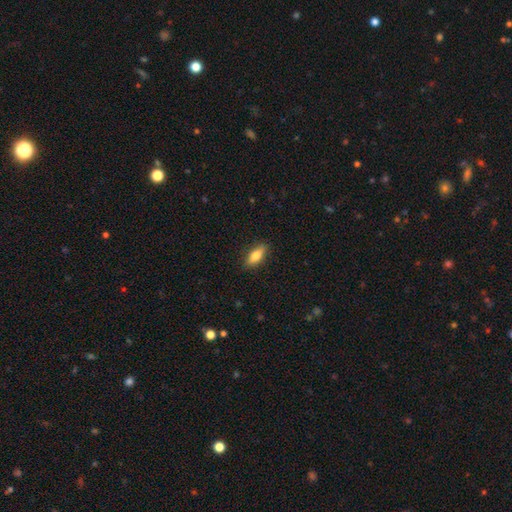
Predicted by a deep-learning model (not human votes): Smooth or featured: smooth — 76% (featured or disk — 17%)
How rounded: in between — 68% (cigar-shaped — 29%)
Merging: none — 86% (minor disturbance — 10%)